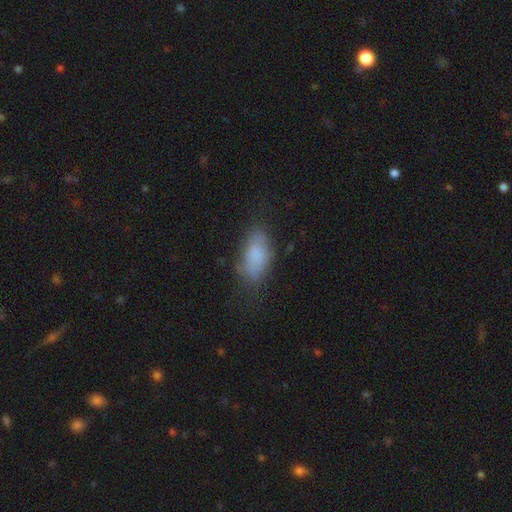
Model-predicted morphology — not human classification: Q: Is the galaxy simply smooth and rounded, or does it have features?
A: smooth — 79%.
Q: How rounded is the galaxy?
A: in between — 89%.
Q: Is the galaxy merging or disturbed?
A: none — 64%.